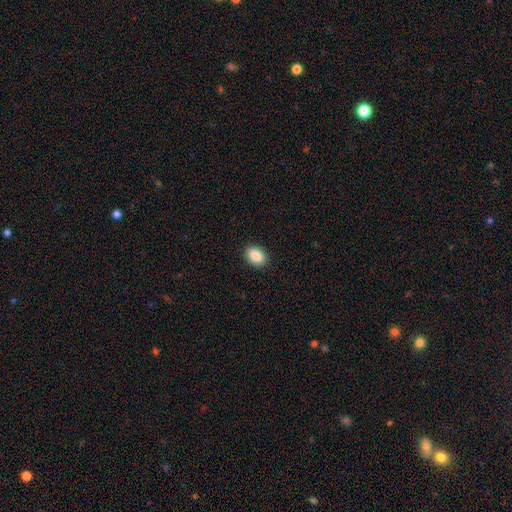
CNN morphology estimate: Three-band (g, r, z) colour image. It shows a smooth galaxy with no disk features (89%) that is in between round and cigar-shaped (78%). Merging: none (91%).